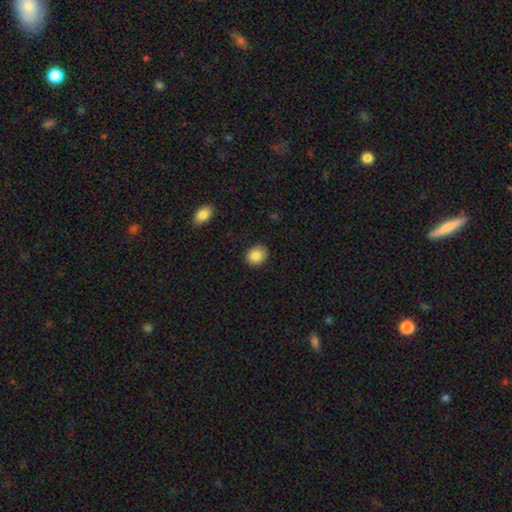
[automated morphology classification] smooth_or_featured: smooth (p=0.86) [alt: star or artifact p=0.09]
how_rounded: round (p=0.64) [alt: in between p=0.35]
merging: none (p=0.86) [alt: minor disturbance p=0.11]